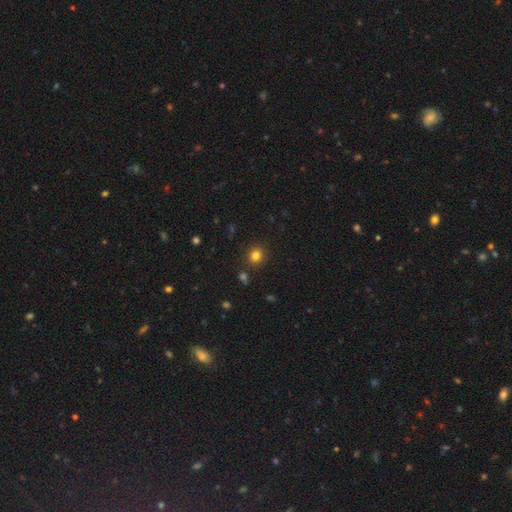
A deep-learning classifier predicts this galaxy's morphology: This is clearly a smooth galaxy (81%). How rounded: clearly round (84%). Merging: clearly none (87%).